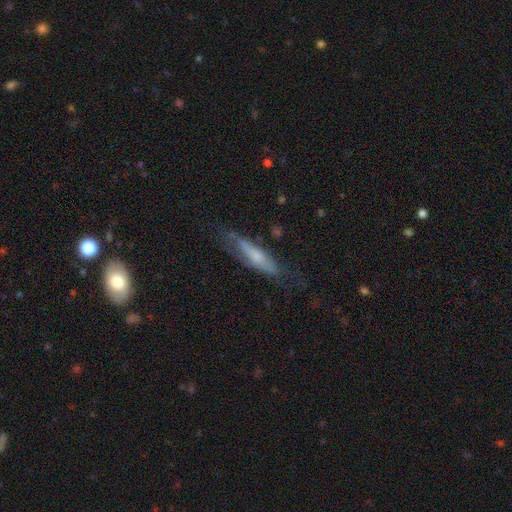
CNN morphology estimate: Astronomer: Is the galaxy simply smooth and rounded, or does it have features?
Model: featured or disk — 48% (runner-up: smooth, 45%).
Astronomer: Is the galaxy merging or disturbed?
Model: none — 57%.